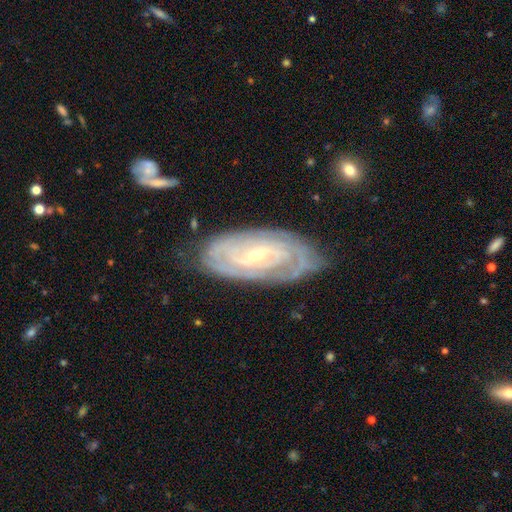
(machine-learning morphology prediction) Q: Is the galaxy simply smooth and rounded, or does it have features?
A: featured or disk — 88%.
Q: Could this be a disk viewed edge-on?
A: no — 94%.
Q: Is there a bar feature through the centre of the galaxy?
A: weak — 41%.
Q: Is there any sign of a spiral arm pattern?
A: yes — 95%.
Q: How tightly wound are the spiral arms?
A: tight — 75%.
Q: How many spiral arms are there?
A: can't tell — 34%.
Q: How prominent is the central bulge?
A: small — 72%.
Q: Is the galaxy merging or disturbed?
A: none — 75%.